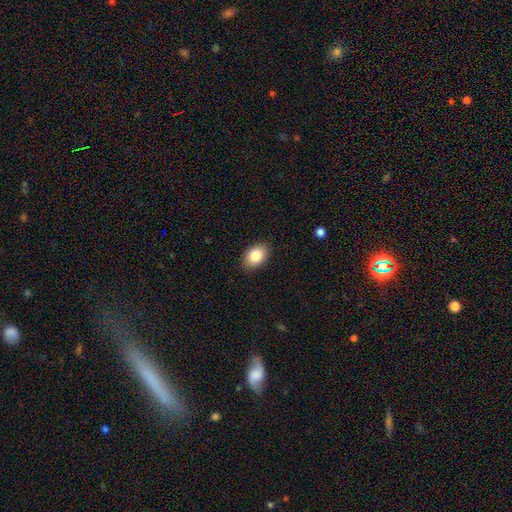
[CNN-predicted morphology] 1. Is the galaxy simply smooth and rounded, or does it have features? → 85% smooth, 8% star or artifact, 7% featured or disk.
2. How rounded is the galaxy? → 84% in between, 15% round, 1% cigar-shaped.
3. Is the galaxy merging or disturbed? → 88% none, 9% minor disturbance, 2% major disturbance, 1% merger.